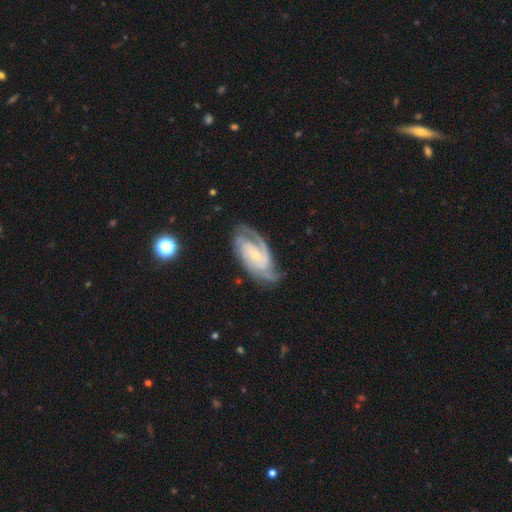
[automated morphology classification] smooth_or_featured: featured or disk (p=0.90) [alt: smooth p=0.06]
disk_edge_on: no (p=0.96) [alt: yes p=0.04]
bar: no (p=0.53) [alt: weak p=0.35]
has_spiral_arms: yes (p=0.98) [alt: no p=0.02]
spiral_winding: tight (p=0.53) [alt: medium p=0.40]
spiral_arm_count: 2 (p=0.47) [alt: 3 p=0.29]
bulge_size: small (p=0.66) [alt: moderate p=0.29]
merging: none (p=0.70) [alt: minor disturbance p=0.20]